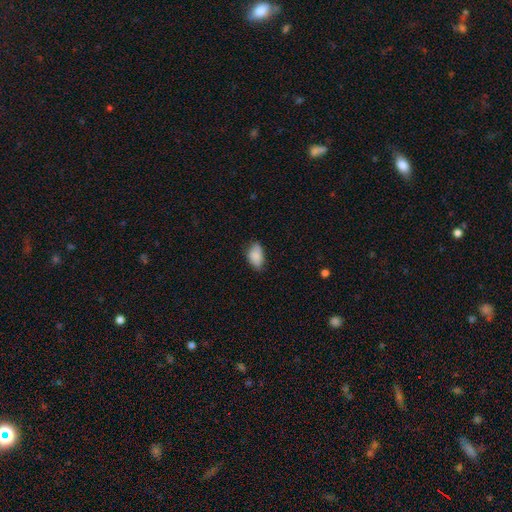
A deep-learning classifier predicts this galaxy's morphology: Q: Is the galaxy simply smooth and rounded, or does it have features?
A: smooth — 85%.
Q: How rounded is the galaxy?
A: in between — 92%.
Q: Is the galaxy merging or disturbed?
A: none — 69%.